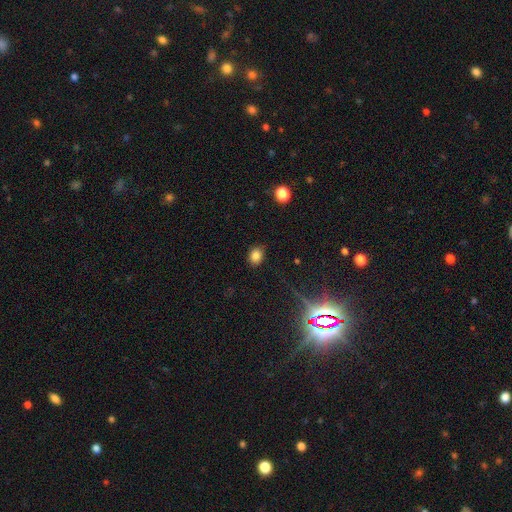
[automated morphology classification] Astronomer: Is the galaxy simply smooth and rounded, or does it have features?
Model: smooth — 80%.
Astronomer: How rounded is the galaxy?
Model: in between — 54% (runner-up: round, 45%).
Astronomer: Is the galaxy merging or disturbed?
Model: none — 83%.